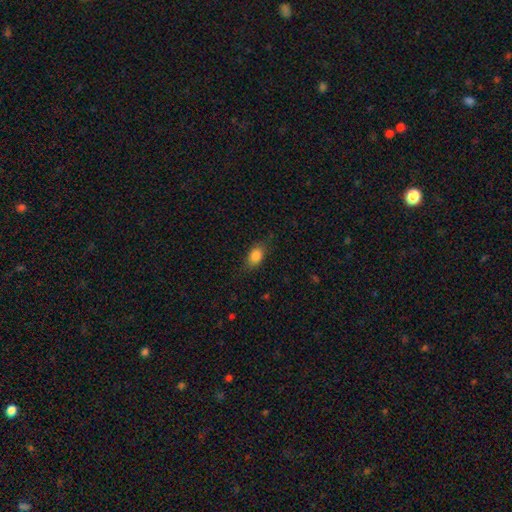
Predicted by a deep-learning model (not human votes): This appears to be a smooth galaxy with no disk features (84%) that is in between round and cigar-shaped (82%). Merging: none (78%).